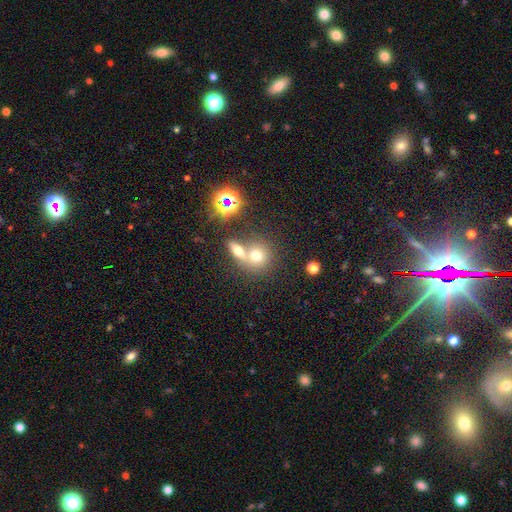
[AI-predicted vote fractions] This is likely a smooth galaxy (65%). How rounded: likely round (79%). Merging: possibly merger (51%).